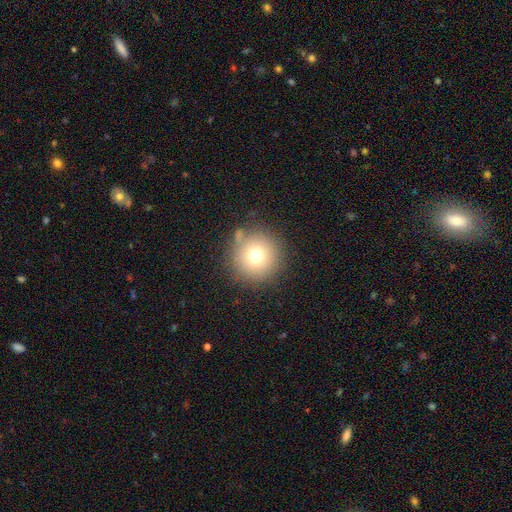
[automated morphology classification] This is likely a smooth galaxy (74%). How rounded: clearly round (95%). Merging: clearly none (81%).